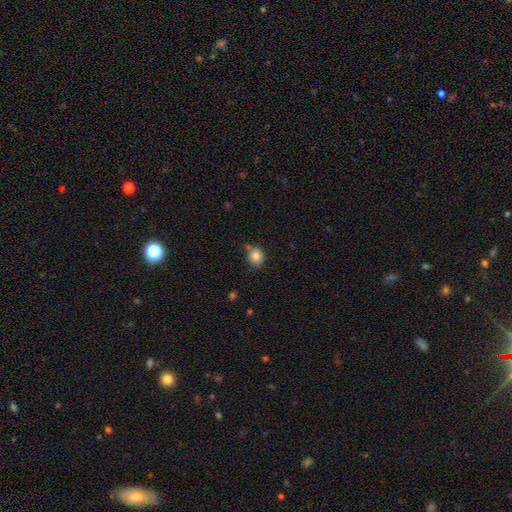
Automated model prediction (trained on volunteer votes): Morphology: type=smooth (84%); roundness=round (82%); merging=none (68%).